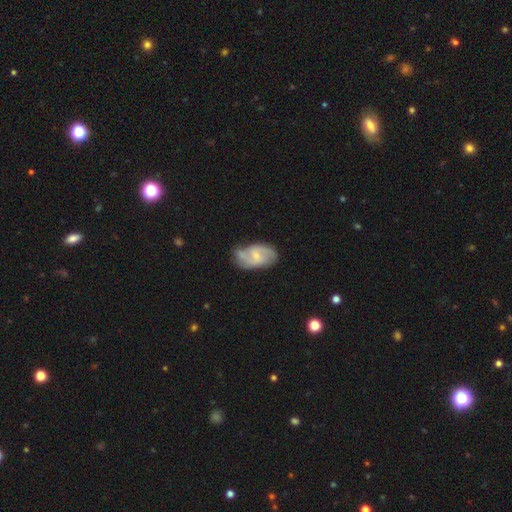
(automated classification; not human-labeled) This appears to be a featured or disk galaxy (70%) with a weak bar (52%), 2 (74%) medium (48%) spiral arms (90%) and a small central bulge (65%). Merging: none (62%).